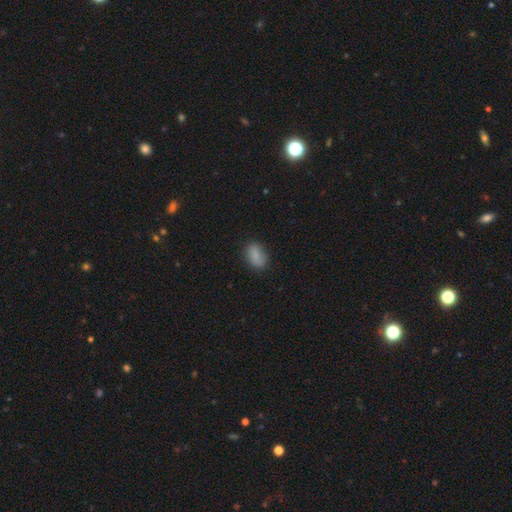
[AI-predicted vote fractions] The model was most divided on "merging": none: 80%, minor disturbance: 15%, major disturbance: 3%, merger: 1%. More confident: how rounded — in between (88%); smooth or featured — smooth (86%).